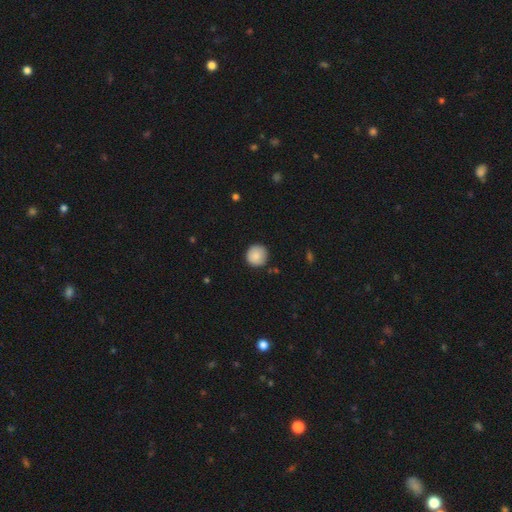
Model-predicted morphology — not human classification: Overall: smooth (85%). How rounded: round (95%). Merging: none (87%).